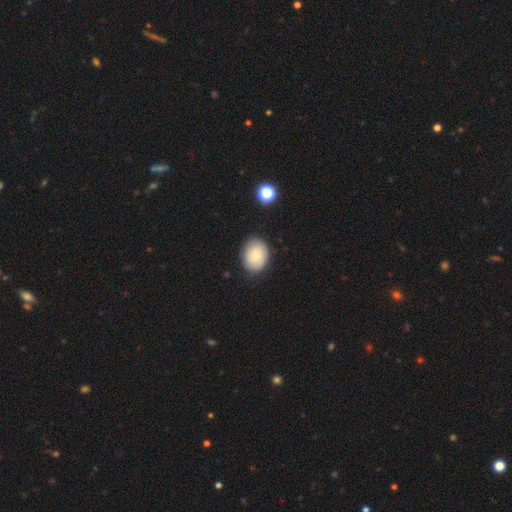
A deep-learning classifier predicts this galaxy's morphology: smooth 71%, featured or disk 21%, star or artifact 8%. Down the decision tree: how rounded — in between (55%); merging — none (82%).